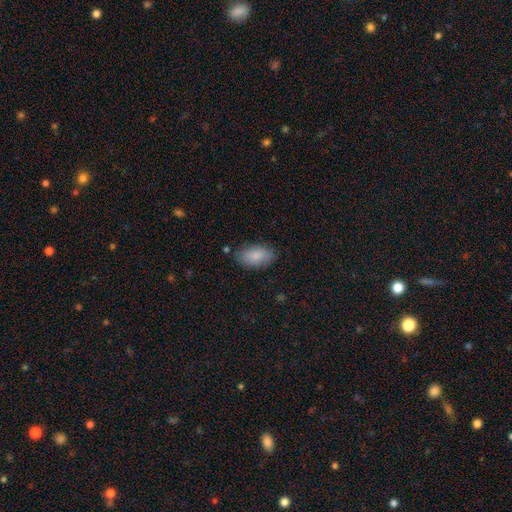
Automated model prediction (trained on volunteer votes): Smooth or featured? smooth (87%)
How rounded? in between (93%)
Merging? none (79%)